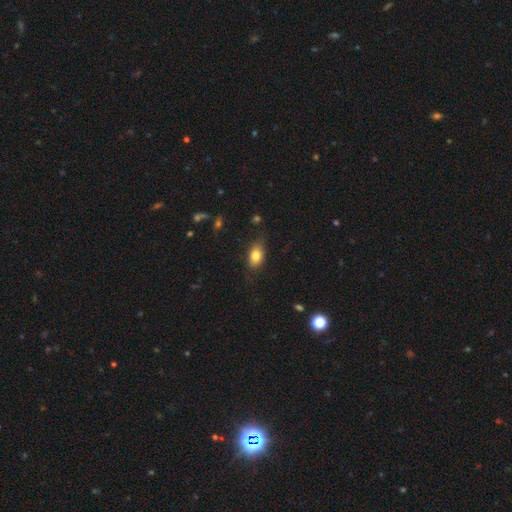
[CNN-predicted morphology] type=smooth (81%); roundness=in between (85%); merging=none (77%).